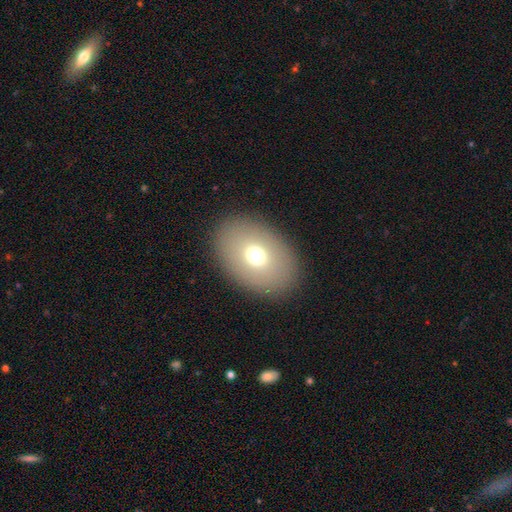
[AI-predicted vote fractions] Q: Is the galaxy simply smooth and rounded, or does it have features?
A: smooth — 68%.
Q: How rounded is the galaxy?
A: in between — 80%.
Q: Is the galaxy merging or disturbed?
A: none — 89%.